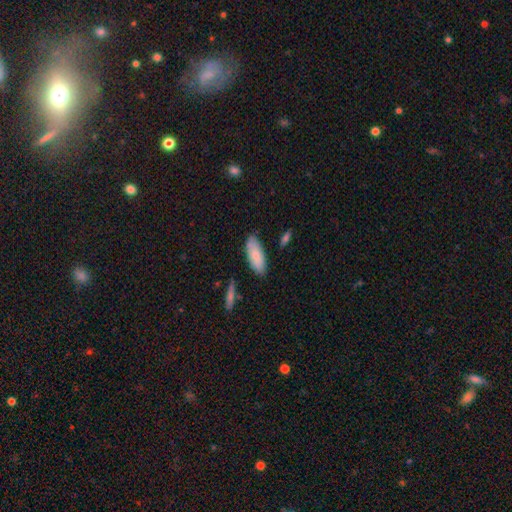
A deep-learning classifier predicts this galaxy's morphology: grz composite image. It shows a smooth galaxy with no disk features (81%) that is in between round and cigar-shaped (80%). Merging: none (81%).